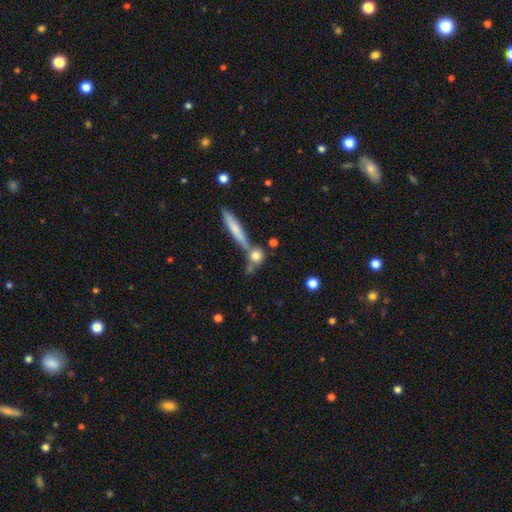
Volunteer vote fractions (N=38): This appears to be a smooth galaxy with no disk features (87%) that is round (67%). Merging: none (57%).